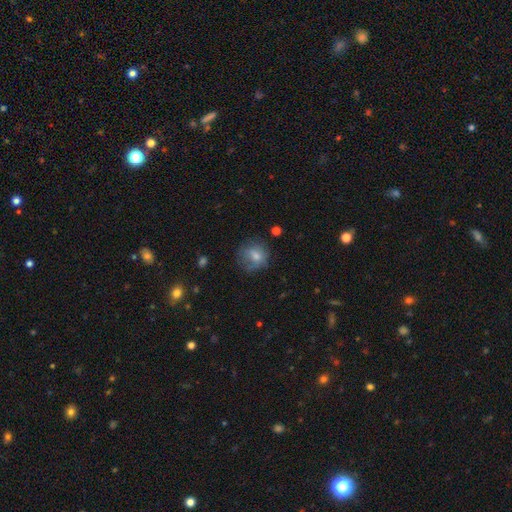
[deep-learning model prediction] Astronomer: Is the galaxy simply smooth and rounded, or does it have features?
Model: smooth — 70%.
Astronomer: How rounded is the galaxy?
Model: round — 79%.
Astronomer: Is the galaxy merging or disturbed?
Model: none — 60%.